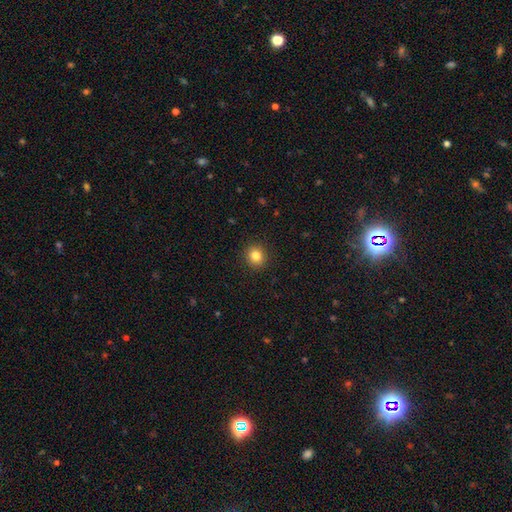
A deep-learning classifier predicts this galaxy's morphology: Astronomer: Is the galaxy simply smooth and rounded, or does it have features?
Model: smooth — 82%.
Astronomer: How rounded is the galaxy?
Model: round — 85%.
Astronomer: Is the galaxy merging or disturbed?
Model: none — 91%.